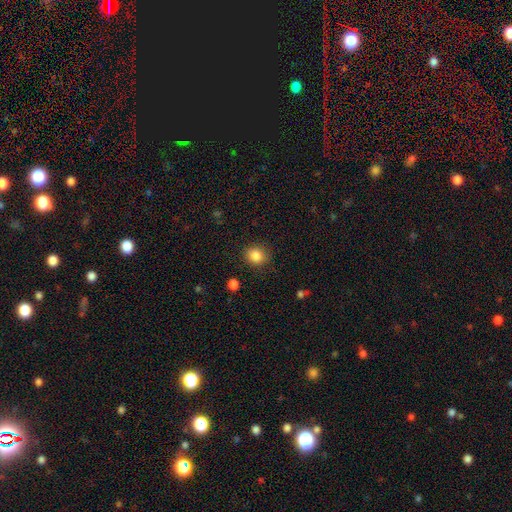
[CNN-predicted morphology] Smooth or featured? Predicted: smooth (p=0.85). How rounded? Predicted: round (p=0.80). Merging? Predicted: none (p=0.88).